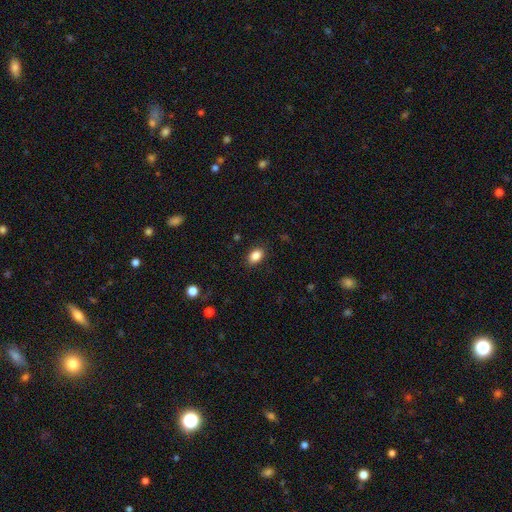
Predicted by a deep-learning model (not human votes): Smooth or featured? Predicted: smooth (p=0.87). How rounded? Predicted: in between (p=0.85). Merging? Predicted: none (p=0.87).